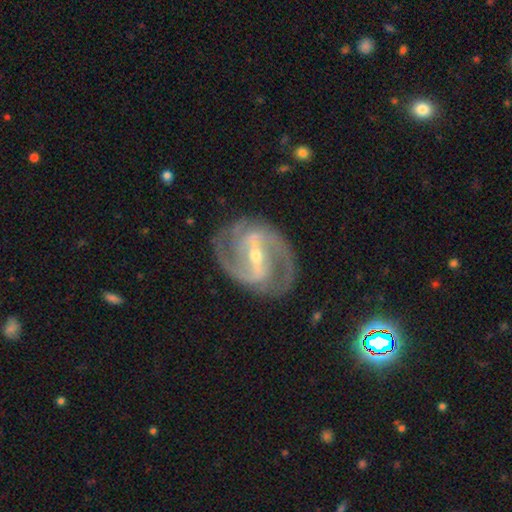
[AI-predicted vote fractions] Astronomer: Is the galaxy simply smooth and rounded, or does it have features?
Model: featured or disk — 91%.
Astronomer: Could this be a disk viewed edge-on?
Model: no — 96%.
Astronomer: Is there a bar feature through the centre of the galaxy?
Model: strong — 70%.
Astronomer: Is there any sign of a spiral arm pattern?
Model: yes — 97%.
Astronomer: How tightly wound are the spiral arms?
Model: medium — 51% (runner-up: tight, 36%).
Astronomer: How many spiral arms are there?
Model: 2 — 75%.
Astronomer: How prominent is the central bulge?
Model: small — 62%.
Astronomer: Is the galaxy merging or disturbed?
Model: none — 80%.